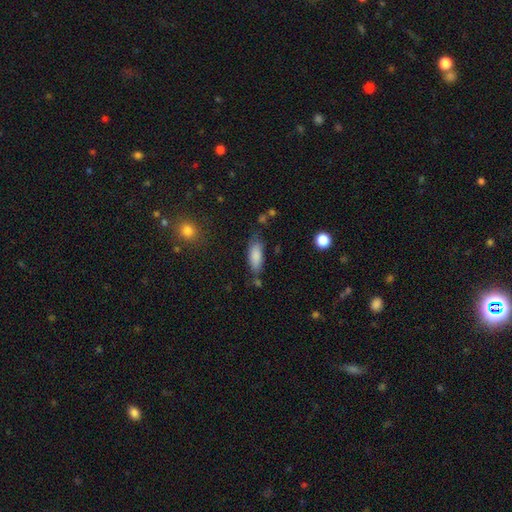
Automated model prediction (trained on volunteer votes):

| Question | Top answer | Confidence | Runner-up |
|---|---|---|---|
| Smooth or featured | smooth | 85% | featured or disk (8%) |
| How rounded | in between | 75% | cigar-shaped (23%) |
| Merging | none | 65% | minor disturbance (22%) |